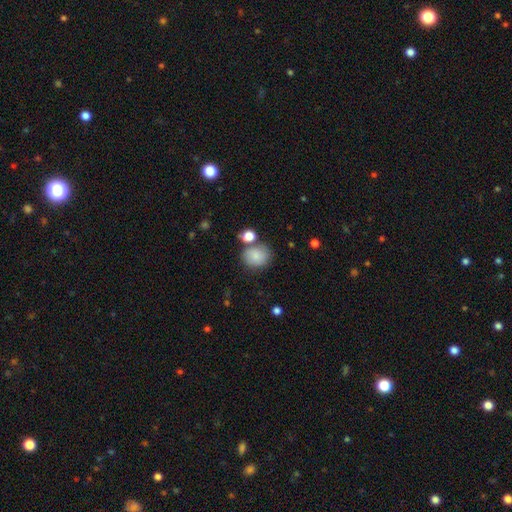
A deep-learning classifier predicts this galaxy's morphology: Smooth or featured? Predicted: smooth (p=0.83). How rounded? Predicted: round (p=0.68). Merging? Predicted: none (p=0.64).